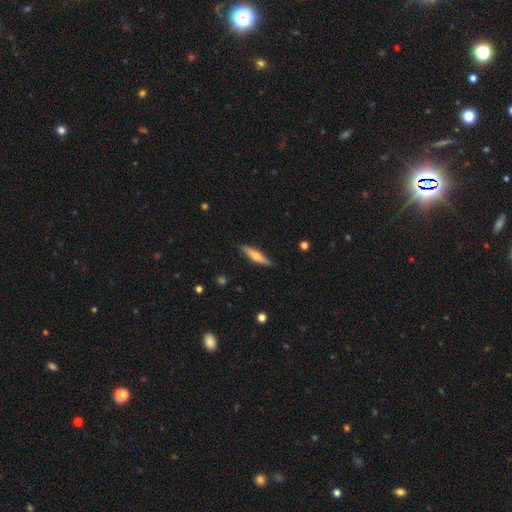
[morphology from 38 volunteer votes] Smooth or featured?
  - featured or disk: 53% *
  - smooth: 39%
  - star or artifact: 8%
Edge-on disk?
  - yes: 95% *
  - no: 5%
Edge-on bulge?
  - rounded: 95% *
  - none: 5%
  - boxy: 0%
Merging?
  - none: 89% *
  - minor disturbance: 9%
  - major disturbance: 3%
  - merger: 0%